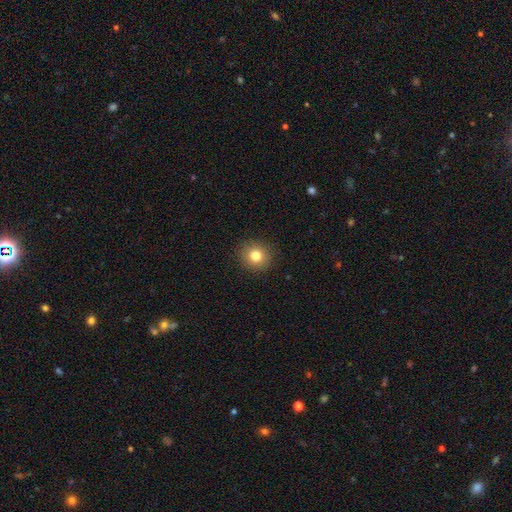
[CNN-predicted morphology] smooth_or_featured: smooth (p=0.81) [alt: star or artifact p=0.11]
how_rounded: round (p=0.86) [alt: in between p=0.13]
merging: none (p=0.91) [alt: minor disturbance p=0.06]